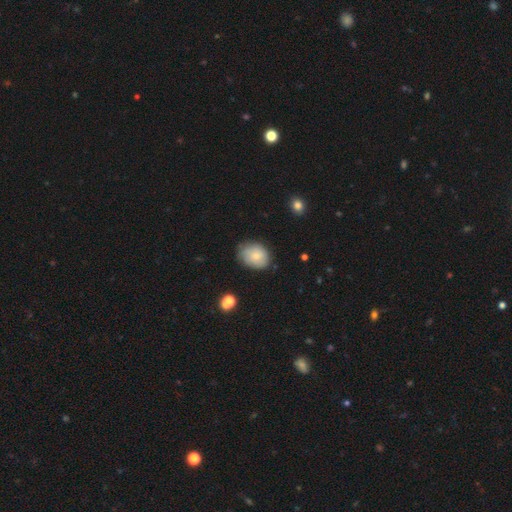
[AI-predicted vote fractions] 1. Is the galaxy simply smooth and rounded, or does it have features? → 70% smooth, 22% featured or disk, 8% star or artifact.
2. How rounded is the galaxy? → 62% in between, 37% round, 1% cigar-shaped.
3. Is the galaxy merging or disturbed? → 68% none, 25% minor disturbance, 5% major disturbance, 2% merger.